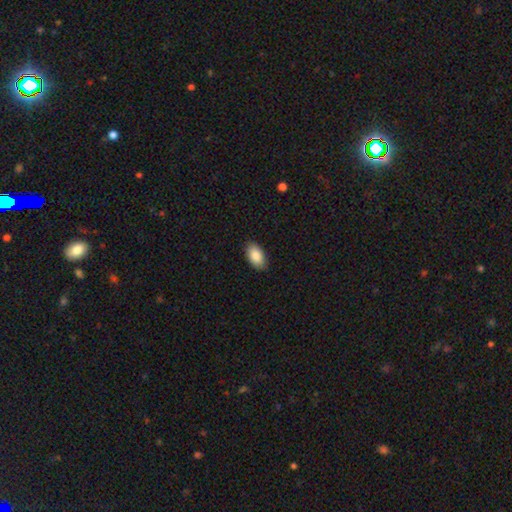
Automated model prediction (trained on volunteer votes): smooth_or_featured: smooth (p=0.89) [alt: star or artifact p=0.06]
how_rounded: in between (p=0.94) [alt: round p=0.03]
merging: none (p=0.87) [alt: minor disturbance p=0.10]